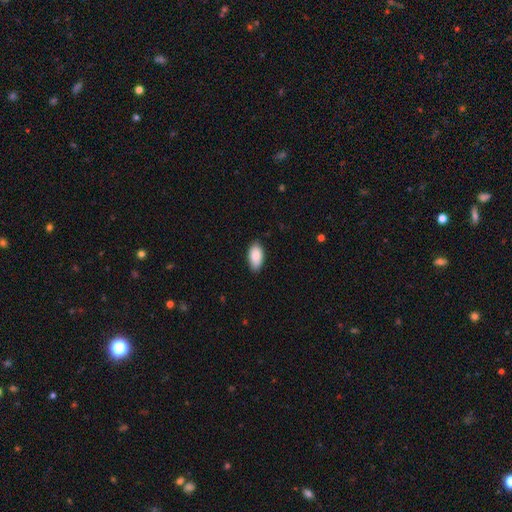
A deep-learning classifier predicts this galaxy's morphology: Smooth or featured? Predicted: smooth (p=0.89). How rounded? Predicted: in between (p=0.94). Merging? Predicted: none (p=0.84).